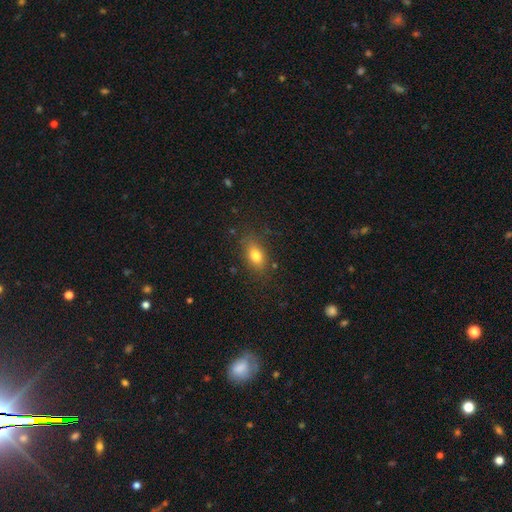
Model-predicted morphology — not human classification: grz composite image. It shows a smooth galaxy with no disk features (77%) that is in between round and cigar-shaped (80%). Merging: none (80%).